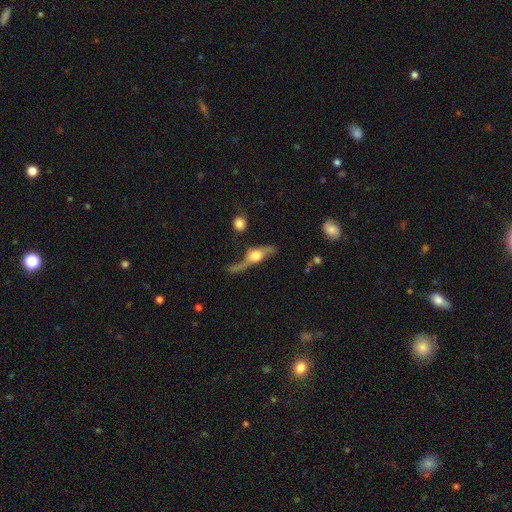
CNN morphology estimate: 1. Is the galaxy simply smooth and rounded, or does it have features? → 70% featured or disk, 22% smooth, 8% star or artifact.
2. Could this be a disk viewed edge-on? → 58% yes, 42% no.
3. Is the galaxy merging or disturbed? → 40% none, 26% major disturbance, 22% minor disturbance, 11% merger.